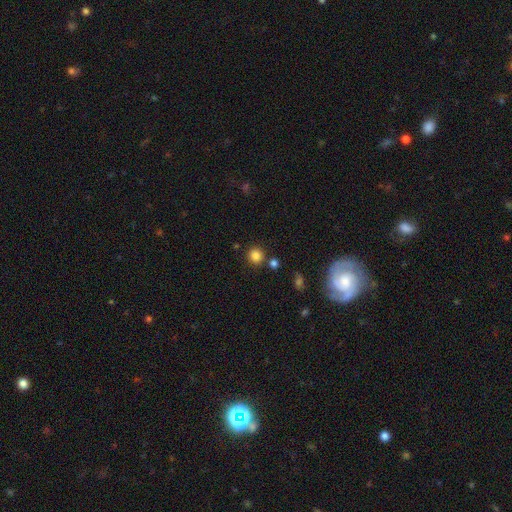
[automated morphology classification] Smooth or featured: smooth — 83% (star or artifact — 12%)
How rounded: round — 92% (in between — 7%)
Merging: none — 82% (merger — 8%)